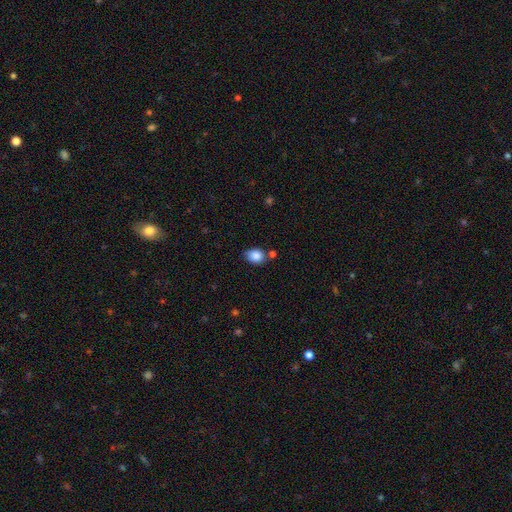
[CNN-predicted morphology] This appears to be a smooth galaxy with no disk features (86%) that is in between round and cigar-shaped (53%). Merging: none (69%).